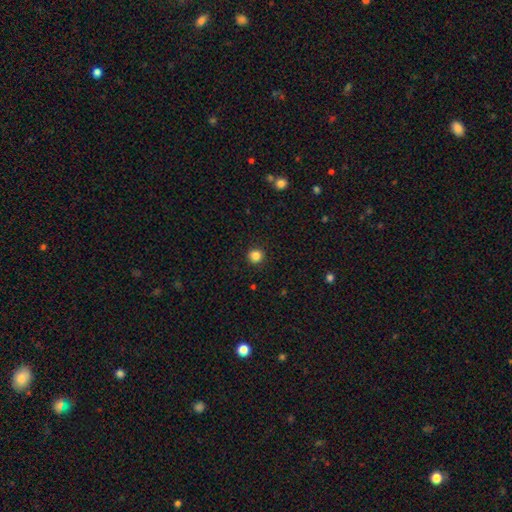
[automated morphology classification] This is clearly a smooth galaxy (85%). How rounded: clearly round (93%). Merging: clearly none (92%).